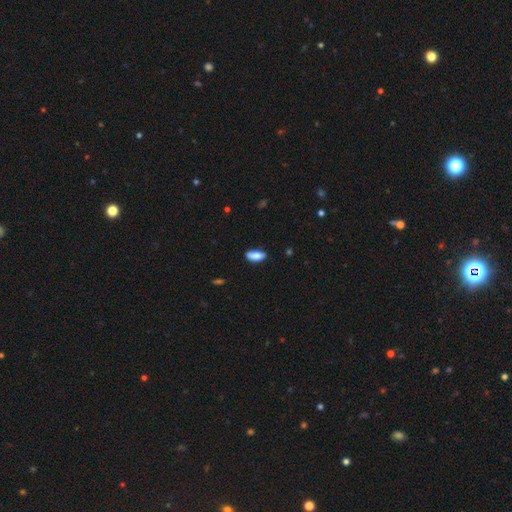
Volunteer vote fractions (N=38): This appears to be a smooth galaxy with no disk features (82%) that is in between round and cigar-shaped (97%). Merging: none (72%).